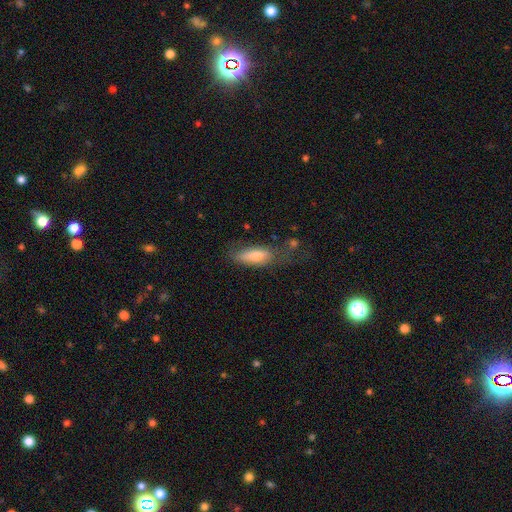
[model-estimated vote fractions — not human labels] smooth_or_featured: smooth (p=0.67) [alt: featured or disk p=0.24]
how_rounded: in between (p=0.62) [alt: cigar-shaped p=0.36]
merging: none (p=0.51) [alt: minor disturbance p=0.27]